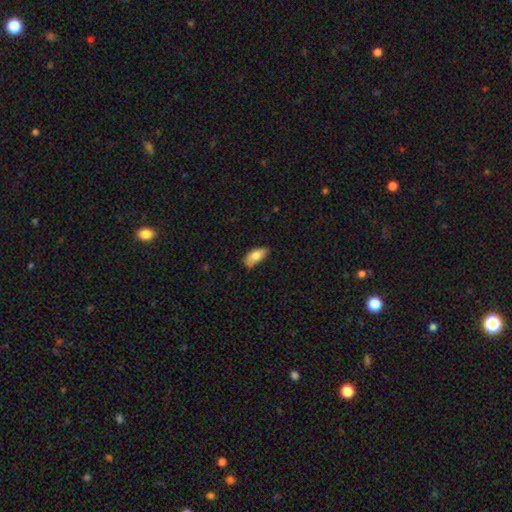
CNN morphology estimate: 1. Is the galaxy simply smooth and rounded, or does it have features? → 80% smooth, 13% featured or disk, 7% star or artifact.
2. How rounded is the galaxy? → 88% in between, 9% cigar-shaped, 3% round.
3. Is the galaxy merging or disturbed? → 71% none, 24% minor disturbance, 4% major disturbance, 2% merger.